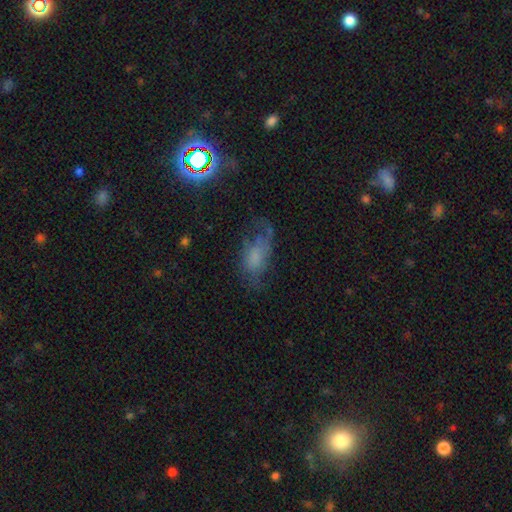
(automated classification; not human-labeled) Q: Smooth or featured?
A: smooth (45%); runner-up: featured or disk (36%)
Q: Merging?
A: none (43%); runner-up: major disturbance (29%)